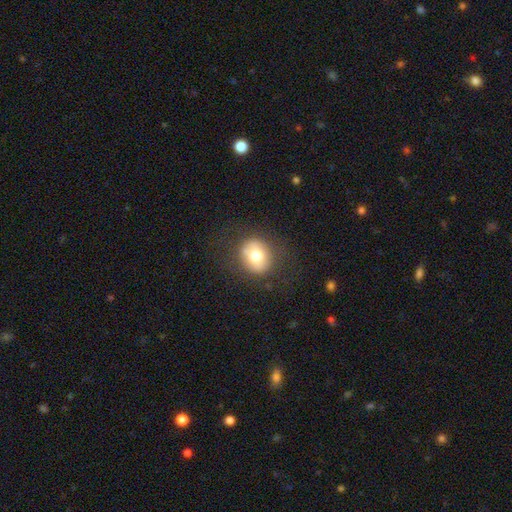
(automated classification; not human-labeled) Smooth or featured? Predicted: smooth (p=0.69). How rounded? Predicted: round (p=0.73). Merging? Predicted: none (p=0.80).